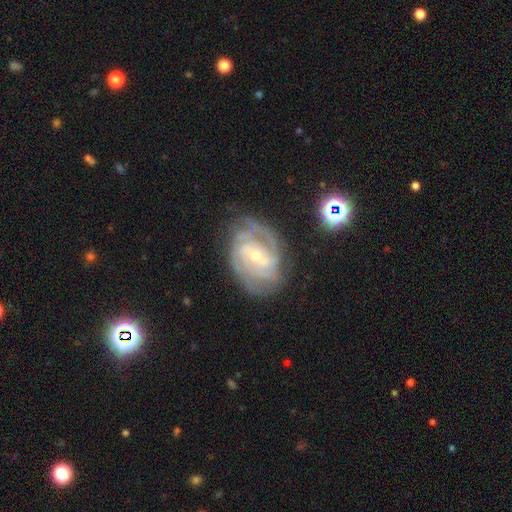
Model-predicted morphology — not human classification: Smooth or featured? featured or disk (87%)
Edge-on disk? no (97%)
Bar? weak (49%)
Spiral arms? yes (95%)
Spiral winding? tight (58%)
Spiral arm count? 2 (37%)
Bulge size? small (51%)
Merging? none (70%)